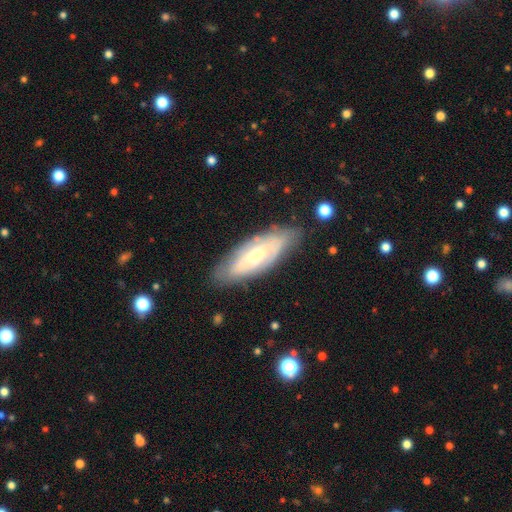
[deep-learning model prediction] Smooth or featured: featured or disk — 63% (smooth — 31%)
Edge-on disk: no — 77% (yes — 23%)
Merging: none — 75% (minor disturbance — 18%)